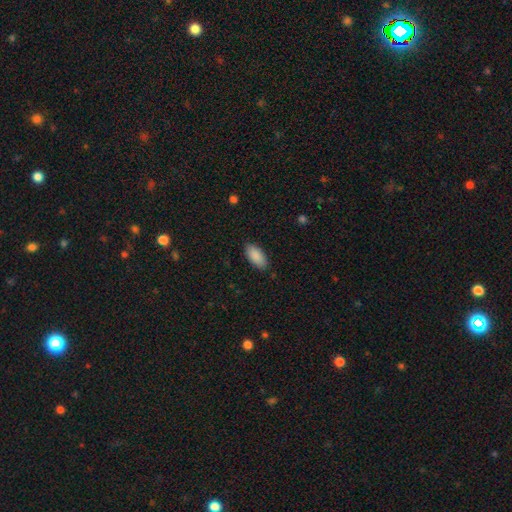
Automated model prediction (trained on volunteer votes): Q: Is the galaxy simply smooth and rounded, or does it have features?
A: smooth — 90%.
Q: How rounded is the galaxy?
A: in between — 93%.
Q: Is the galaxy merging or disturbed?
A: none — 87%.